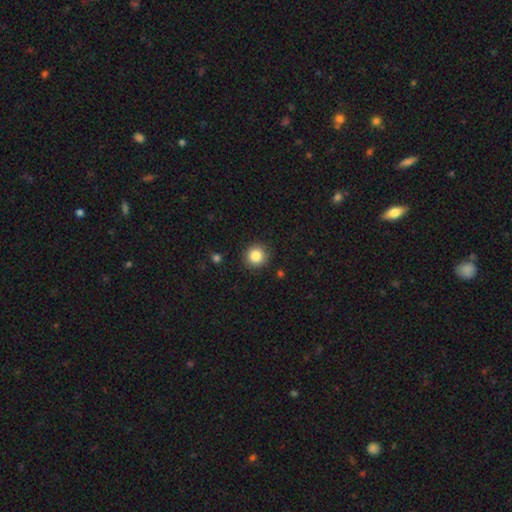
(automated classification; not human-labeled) This appears to be a smooth galaxy with no disk features (86%) that is round (94%). Merging: none (90%).